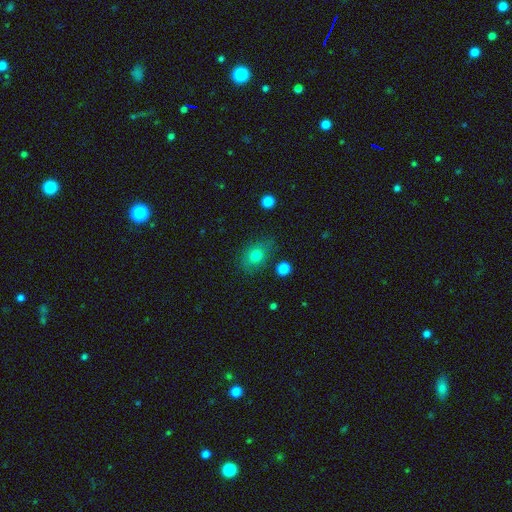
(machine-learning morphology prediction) Q: Smooth or featured?
A: smooth (77%); runner-up: featured or disk (12%)
Q: How rounded?
A: in between (66%); runner-up: round (32%)
Q: Merging?
A: none (71%); runner-up: minor disturbance (19%)